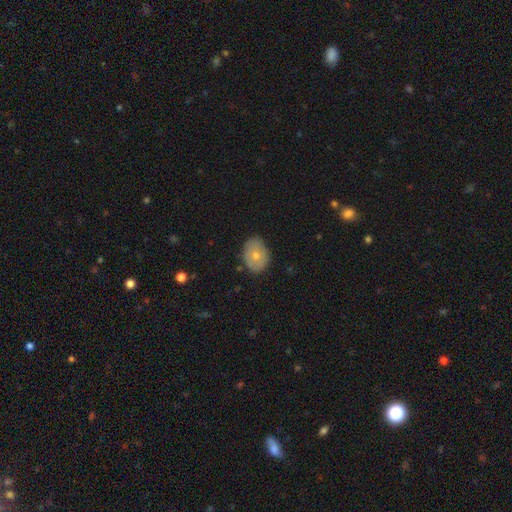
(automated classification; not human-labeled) smooth-or-featured: smooth: 63% | featured or disk: 30% | star or artifact: 7%
  how-rounded: in between: 66% | round: 33% | cigar-shaped: 1%
  merging: none: 80% | minor disturbance: 16% | major disturbance: 3% | merger: 1%